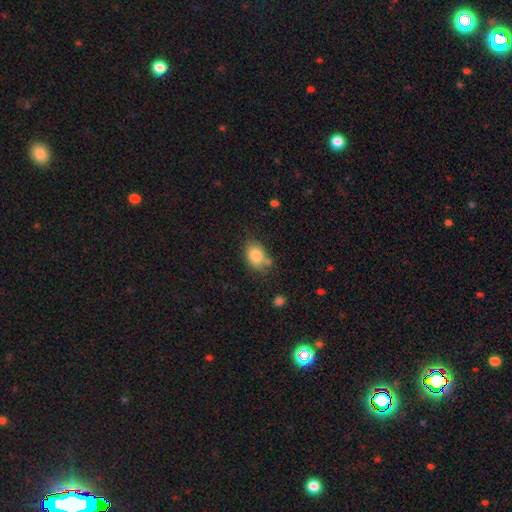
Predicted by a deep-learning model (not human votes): Smooth or featured? Predicted: smooth (p=0.82). How rounded? Predicted: in between (p=0.73). Merging? Predicted: none (p=0.62).